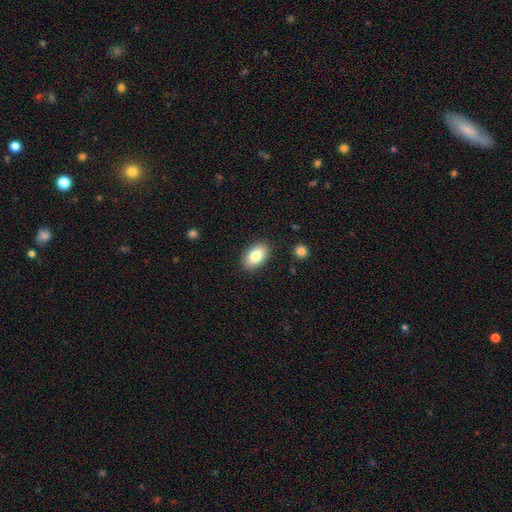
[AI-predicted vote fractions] Smooth or featured: smooth — 80% (featured or disk — 12%)
How rounded: in between — 91% (round — 7%)
Merging: none — 87% (minor disturbance — 9%)